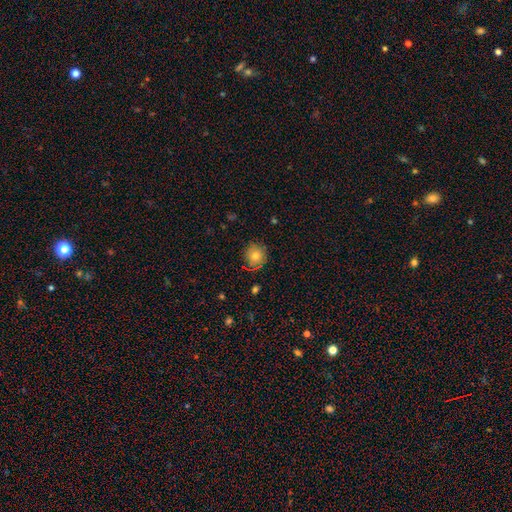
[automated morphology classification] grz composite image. It shows a smooth galaxy with no disk features (76%) that is round (88%). Merging: none (83%).